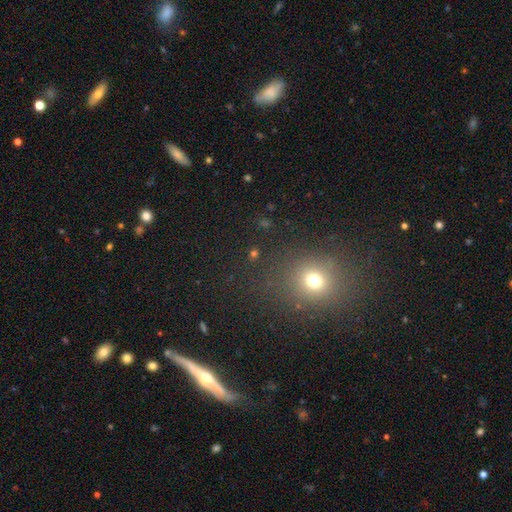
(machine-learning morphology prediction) A smooth galaxy with no disk features (45%).

Vote fractions:
- Smooth or featured? smooth: 45% / star or artifact: 36% / featured or disk: 19%
- Merging? none: 84% / minor disturbance: 8% / major disturbance: 4% / merger: 3%